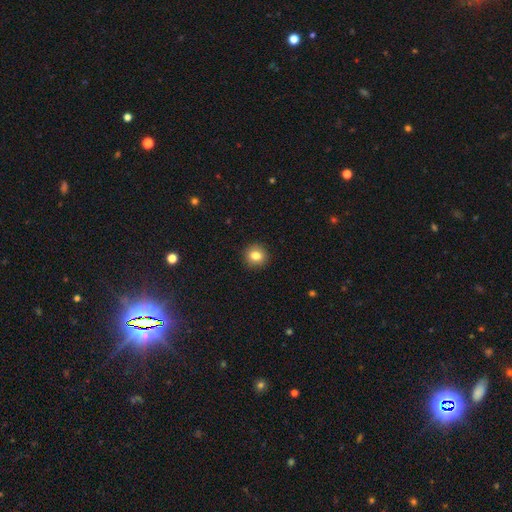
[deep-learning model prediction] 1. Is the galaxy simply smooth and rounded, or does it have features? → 83% smooth, 10% star or artifact, 7% featured or disk.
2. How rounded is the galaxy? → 88% round, 11% in between, 1% cigar-shaped.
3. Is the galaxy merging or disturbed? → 92% none, 6% minor disturbance, 2% major disturbance, 1% merger.